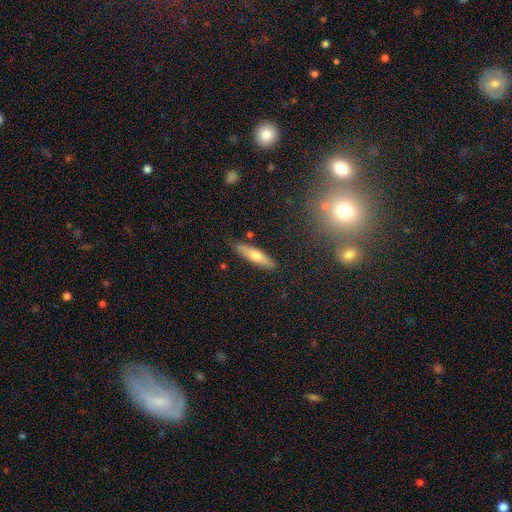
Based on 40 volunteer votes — Overall: smooth (60%; featured or disk 38%). How rounded: cigar-shaped (75%). Merging: none (90%).